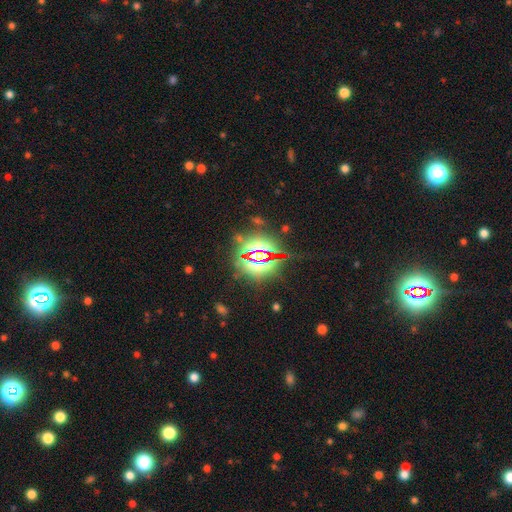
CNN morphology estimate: A star or artifact, not a galaxy (84%).

Vote fractions:
- Smooth or featured? star or artifact: 84% / smooth: 9% / featured or disk: 7%